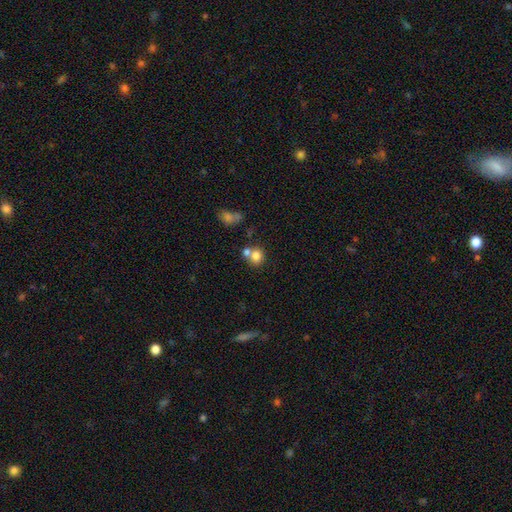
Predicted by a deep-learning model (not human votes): This appears to be a smooth galaxy with no disk features (79%) that is round (77%). Merging: none (48%).